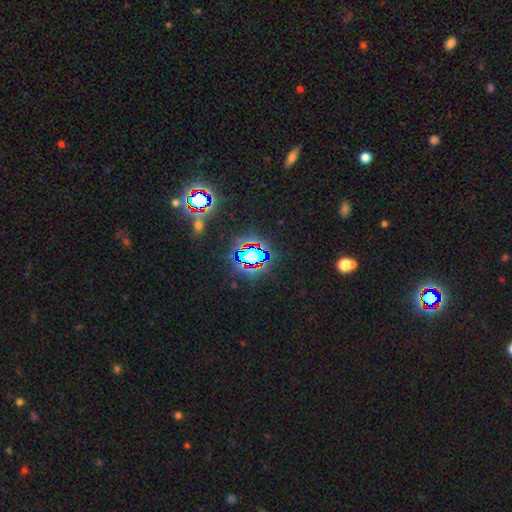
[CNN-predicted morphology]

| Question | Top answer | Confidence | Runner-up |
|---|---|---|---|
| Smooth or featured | star or artifact | 70% | smooth (19%) |